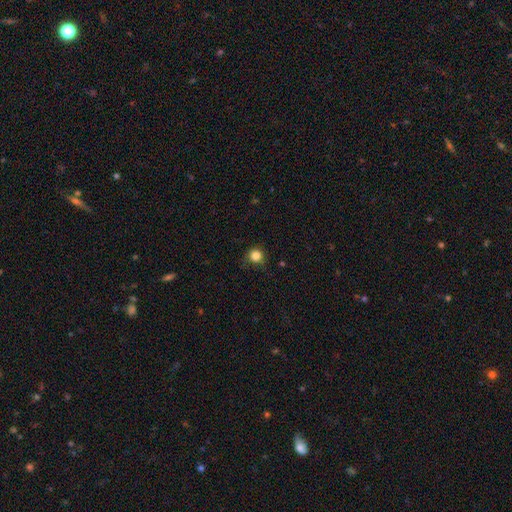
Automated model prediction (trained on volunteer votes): Smooth or featured? smooth (84%)
How rounded? round (92%)
Merging? none (78%)